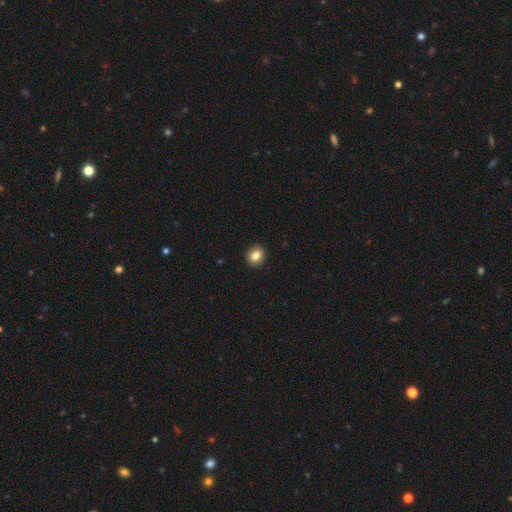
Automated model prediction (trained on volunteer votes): smooth-or-featured: smooth: 83% | star or artifact: 9% | featured or disk: 7%
  how-rounded: round: 77% | in between: 22% | cigar-shaped: 1%
  merging: none: 91% | minor disturbance: 6% | major disturbance: 2% | merger: 1%